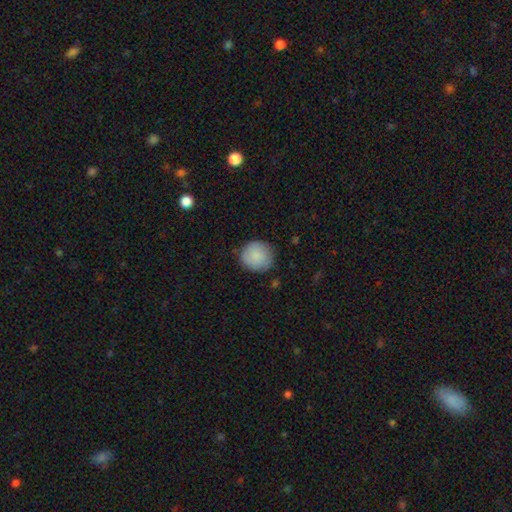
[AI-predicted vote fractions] A smooth galaxy with no disk features (88%) that is round (91%). Merging: none (83%).